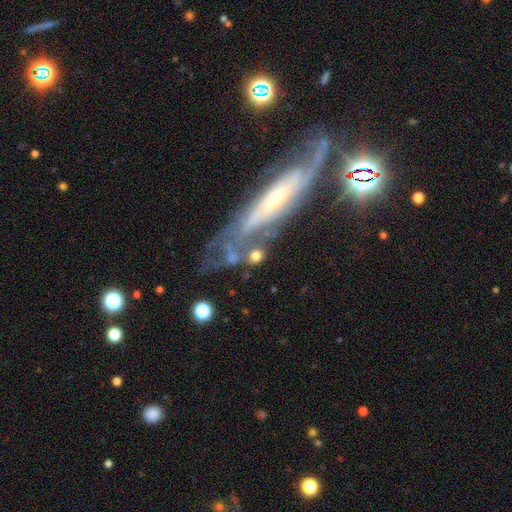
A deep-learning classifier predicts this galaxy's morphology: This is possibly a smooth galaxy (54%). How rounded: possibly round (52%). Merging: possibly none (55%).